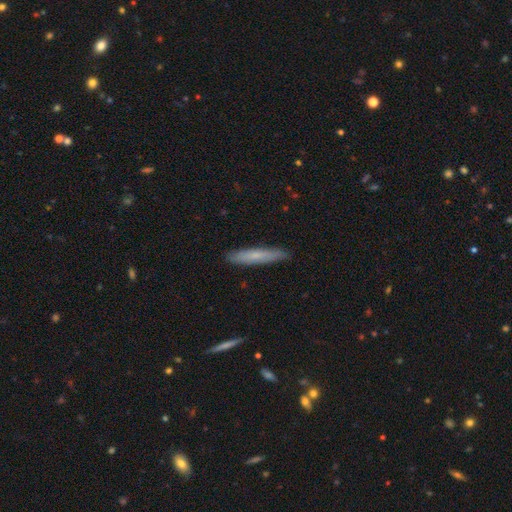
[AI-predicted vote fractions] Q: Smooth or featured?
A: smooth (64%); runner-up: featured or disk (29%)
Q: How rounded?
A: cigar-shaped (92%); runner-up: in between (7%)
Q: Merging?
A: none (90%); runner-up: minor disturbance (8%)